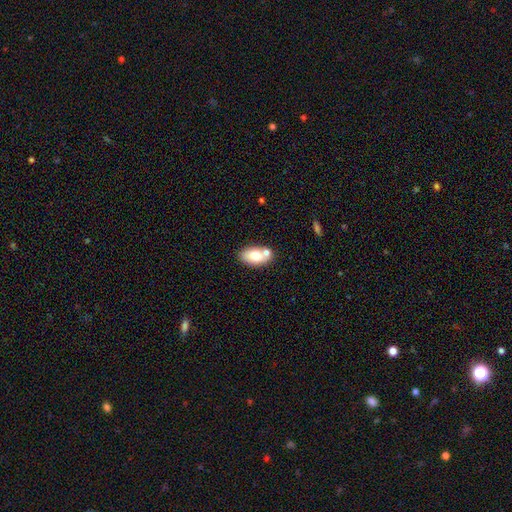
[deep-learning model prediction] smooth-or-featured: smooth: 74% | featured or disk: 19% | star or artifact: 7%
  how-rounded: in between: 92% | round: 6% | cigar-shaped: 2%
  merging: none: 60% | merger: 24% | minor disturbance: 14% | major disturbance: 3%